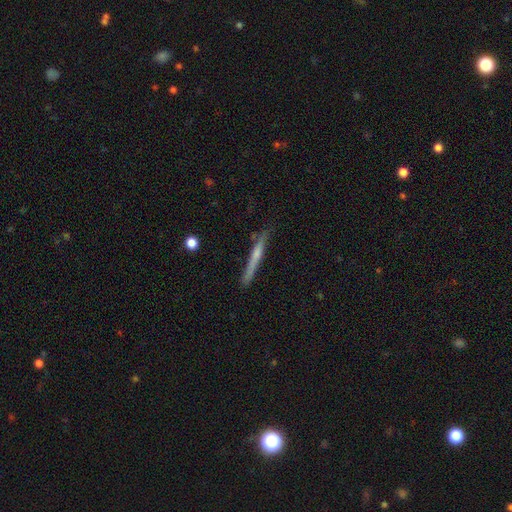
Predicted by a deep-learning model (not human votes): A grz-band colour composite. It shows a featured or disk galaxy (53%) viewed edge-on (96%) with no central bulge (47%). Merging: none (80%).